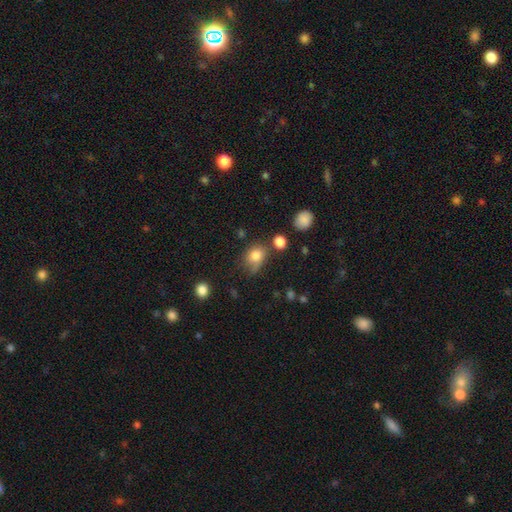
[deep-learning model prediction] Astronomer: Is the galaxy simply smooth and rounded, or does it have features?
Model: smooth — 80%.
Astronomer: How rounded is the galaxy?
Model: round — 50% (runner-up: in between, 49%).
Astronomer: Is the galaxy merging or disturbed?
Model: none — 50% (runner-up: minor disturbance, 30%).